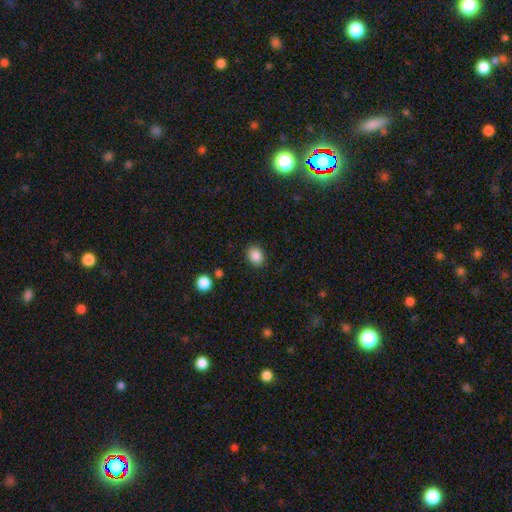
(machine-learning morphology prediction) A smooth galaxy with no disk features (87%) that is in between round and cigar-shaped (58%). Merging: none (87%).